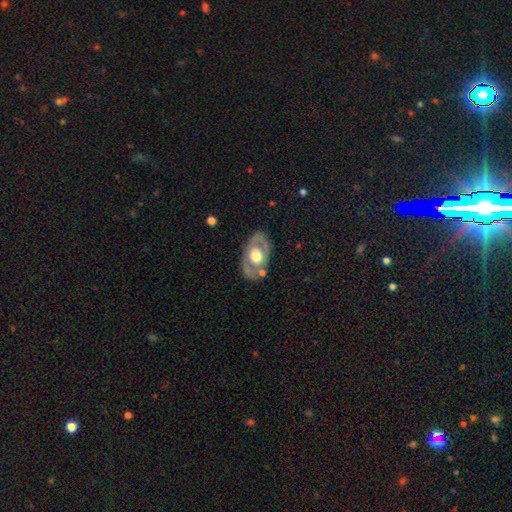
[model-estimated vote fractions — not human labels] The model was most divided on "bulge size": moderate: 51%, large: 42%, small: 3%, dominant: 3%, none: 1%. More confident: edge-on disk — no (88%); bar — no (83%); spiral arms — no (77%); merging — none (75%); smooth or featured — featured or disk (59%).